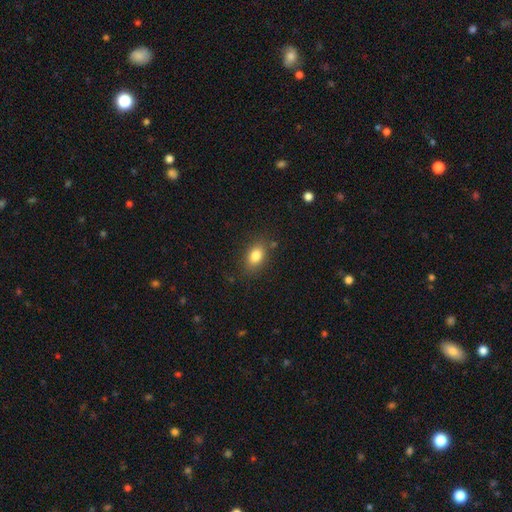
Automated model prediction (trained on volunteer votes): Q: Smooth or featured?
A: smooth (83%); runner-up: star or artifact (9%)
Q: How rounded?
A: in between (82%); runner-up: round (16%)
Q: Merging?
A: none (83%); runner-up: minor disturbance (12%)